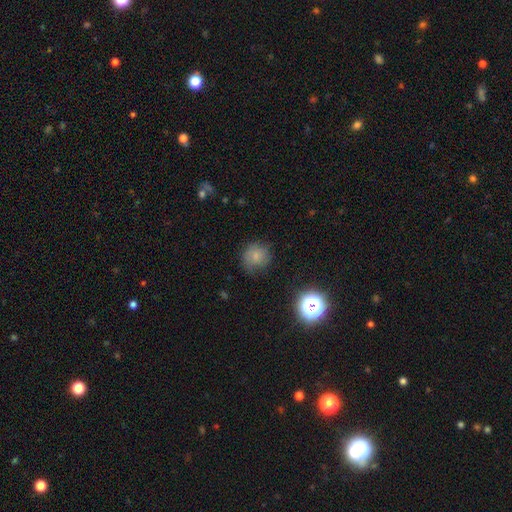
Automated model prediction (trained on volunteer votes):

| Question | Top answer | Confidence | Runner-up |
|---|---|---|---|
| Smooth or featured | smooth | 74% | star or artifact (14%) |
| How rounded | round | 88% | in between (12%) |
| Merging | none | 73% | minor disturbance (20%) |